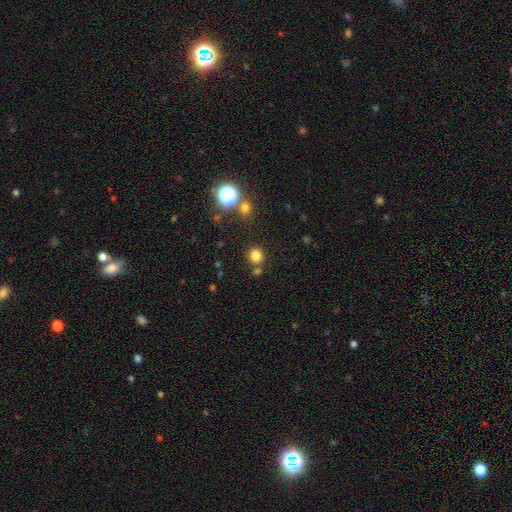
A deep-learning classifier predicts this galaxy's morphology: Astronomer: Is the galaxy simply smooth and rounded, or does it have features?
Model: smooth — 80%.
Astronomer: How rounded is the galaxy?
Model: round — 87%.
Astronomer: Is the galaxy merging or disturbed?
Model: none — 79%.